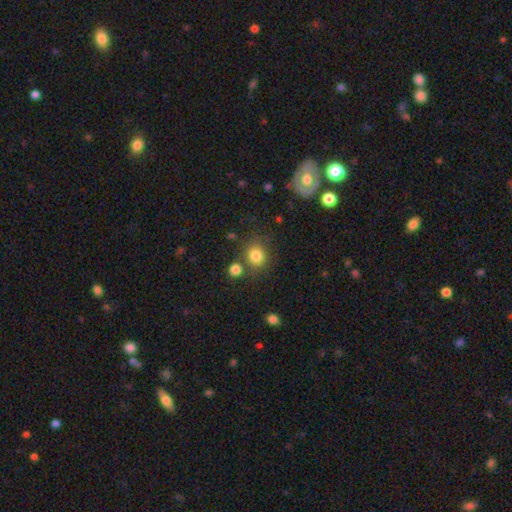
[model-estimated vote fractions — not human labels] smooth-or-featured: smooth: 82% | star or artifact: 12% | featured or disk: 6%
  how-rounded: round: 82% | in between: 17% | cigar-shaped: 1%
  merging: none: 72% | merger: 12% | minor disturbance: 11% | major disturbance: 4%